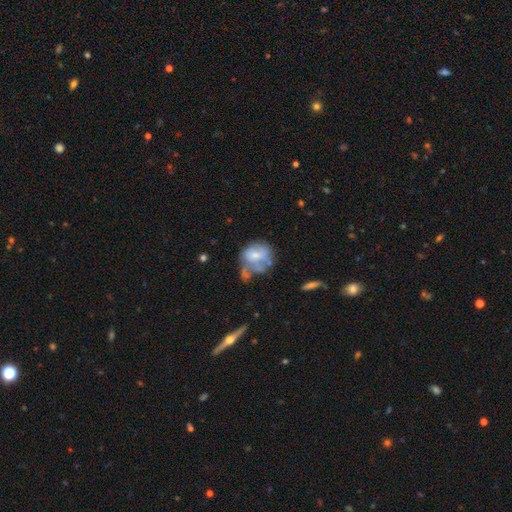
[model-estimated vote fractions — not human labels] Morphology: type=smooth (50%); roundness=round (54%); merging=major disturbance (29%).